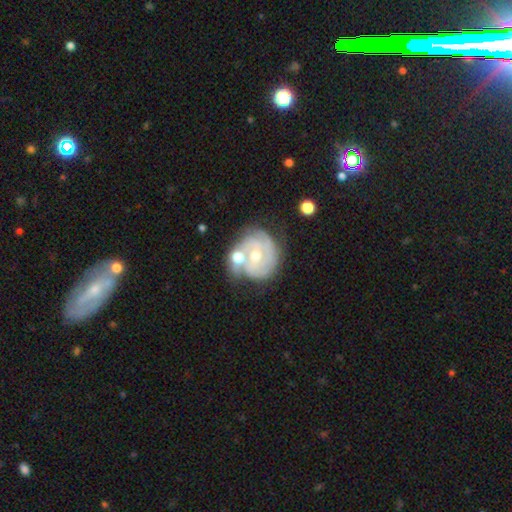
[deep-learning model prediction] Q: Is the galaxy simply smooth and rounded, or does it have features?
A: featured or disk — 78%.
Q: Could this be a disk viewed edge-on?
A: no — 98%.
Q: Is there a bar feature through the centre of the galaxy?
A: no — 67%.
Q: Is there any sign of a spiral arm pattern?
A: yes — 90%.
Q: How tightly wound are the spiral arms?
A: tight — 69%.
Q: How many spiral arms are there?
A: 3 — 32%.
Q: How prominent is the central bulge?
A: moderate — 63%.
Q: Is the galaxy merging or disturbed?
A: none — 51%.